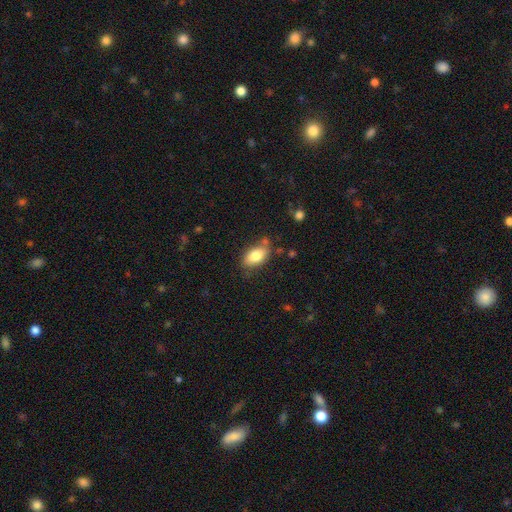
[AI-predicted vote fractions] Overall: smooth (82%). How rounded: in between (91%). Merging: none (73%).